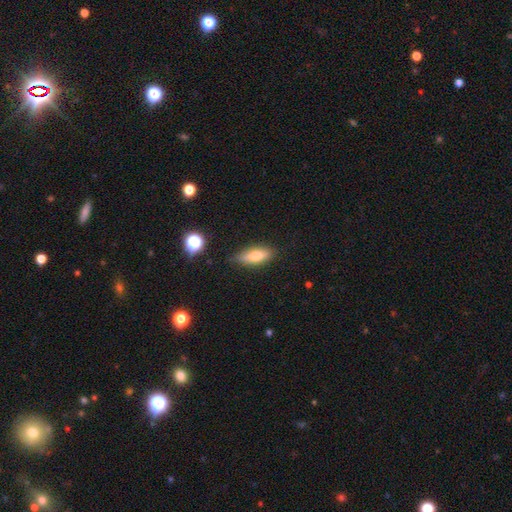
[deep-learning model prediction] Overall: smooth (69%). How rounded: in between (69%). Merging: none (79%).